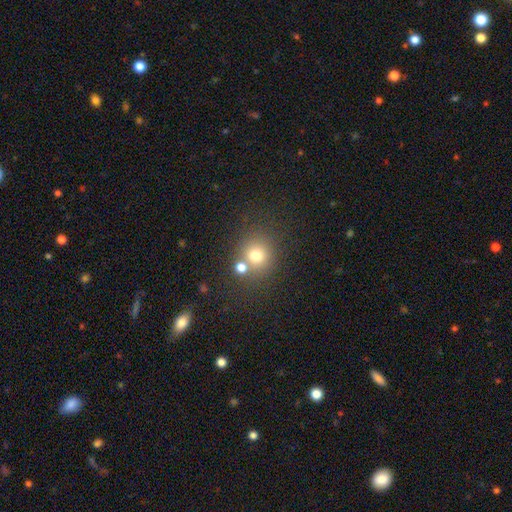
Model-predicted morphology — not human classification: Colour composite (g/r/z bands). It shows a smooth galaxy with no disk features (75%) that is round (86%). Merging: none (62%).